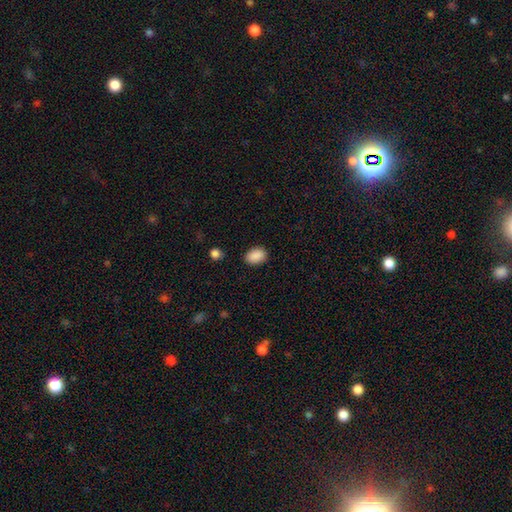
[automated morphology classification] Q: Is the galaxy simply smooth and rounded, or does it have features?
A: smooth — 90%.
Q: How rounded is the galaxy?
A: in between — 80%.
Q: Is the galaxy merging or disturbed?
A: none — 85%.